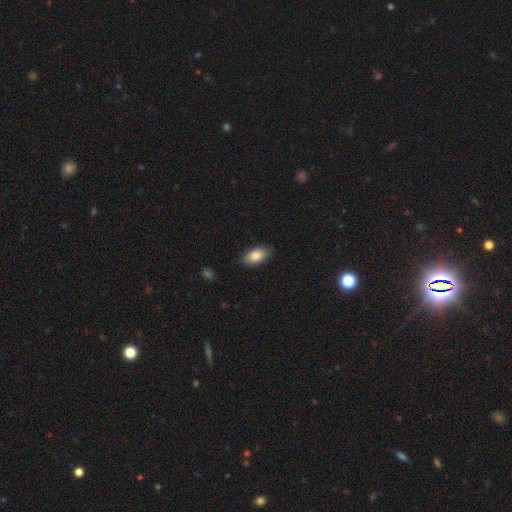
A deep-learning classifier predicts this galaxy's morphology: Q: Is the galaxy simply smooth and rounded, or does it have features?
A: smooth — 86%.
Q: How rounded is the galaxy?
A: in between — 93%.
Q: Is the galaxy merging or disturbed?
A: none — 85%.